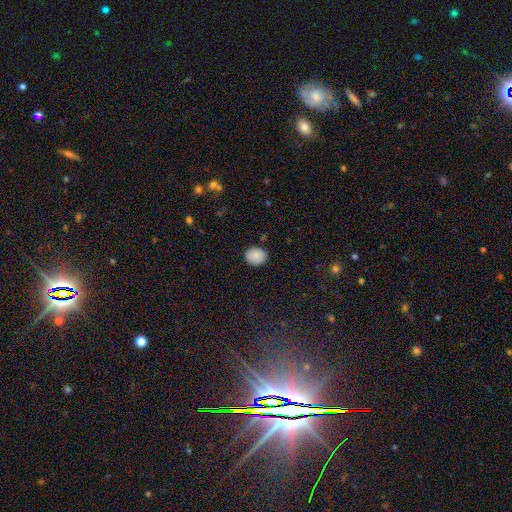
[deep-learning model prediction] A smooth galaxy with no disk features (87%) that is round (66%).

Vote fractions:
- Smooth or featured? smooth: 87% / star or artifact: 9% / featured or disk: 5%
- How rounded? round: 66% / in between: 33% / cigar-shaped: 1%
- Merging? none: 87% / minor disturbance: 10% / major disturbance: 2% / merger: 1%